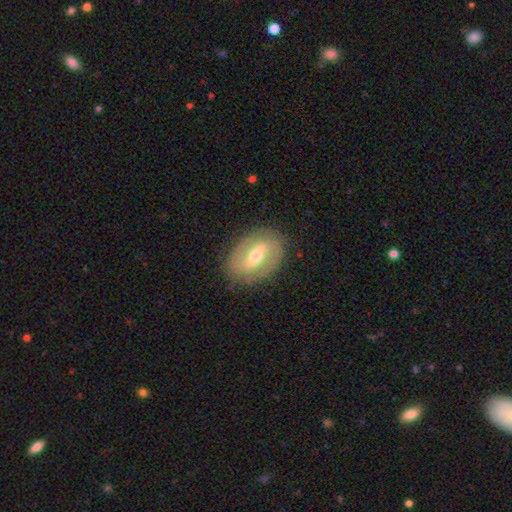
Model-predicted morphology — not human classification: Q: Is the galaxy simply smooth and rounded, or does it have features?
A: featured or disk — 72%.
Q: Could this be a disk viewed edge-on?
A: no — 92%.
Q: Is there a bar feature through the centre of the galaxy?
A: strong — 51%.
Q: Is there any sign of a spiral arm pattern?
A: yes — 72%.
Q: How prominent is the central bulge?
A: moderate — 59%.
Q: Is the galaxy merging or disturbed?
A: none — 82%.